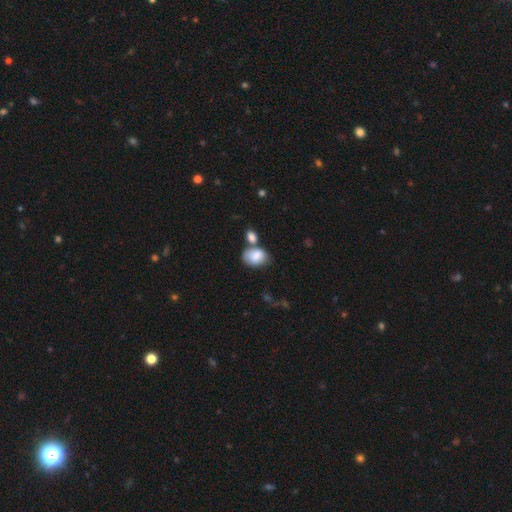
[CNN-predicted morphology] The model was most divided on "merging": none: 39%, merger: 37%, minor disturbance: 17%, major disturbance: 7%. More confident: smooth or featured — smooth (83%); how rounded — in between (81%).